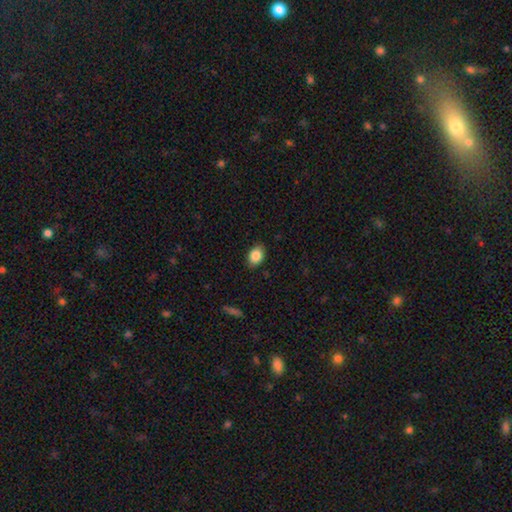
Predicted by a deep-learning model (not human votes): Smooth or featured?
  - smooth: 86% *
  - star or artifact: 8%
  - featured or disk: 6%
How rounded?
  - in between: 78% *
  - round: 21%
  - cigar-shaped: 1%
Merging?
  - none: 86% *
  - minor disturbance: 11%
  - major disturbance: 2%
  - merger: 1%